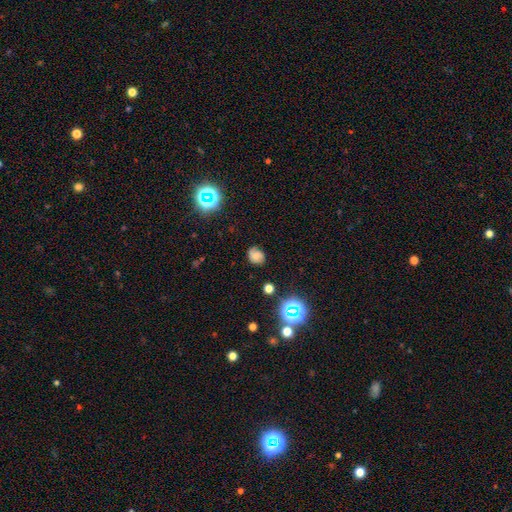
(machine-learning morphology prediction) smooth_or_featured: smooth (p=0.57) [alt: featured or disk p=0.24]
how_rounded: round (p=0.54) [alt: in between p=0.45]
merging: none (p=0.67) [alt: minor disturbance p=0.23]